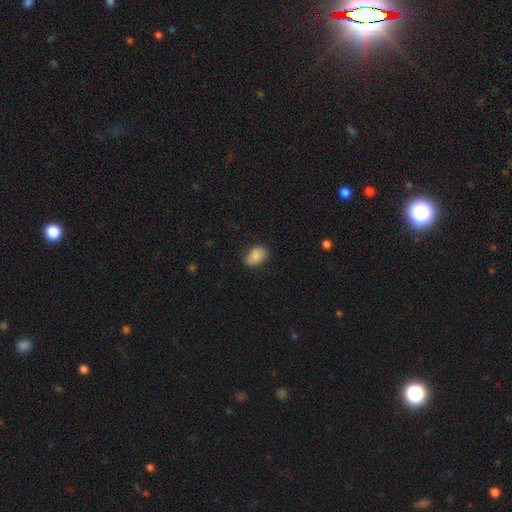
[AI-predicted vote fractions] Q: Smooth or featured?
A: smooth (87%); runner-up: star or artifact (8%)
Q: How rounded?
A: in between (88%); runner-up: round (11%)
Q: Merging?
A: none (74%); runner-up: minor disturbance (20%)